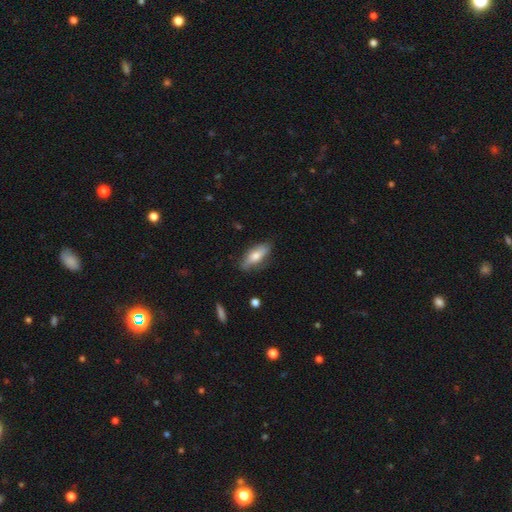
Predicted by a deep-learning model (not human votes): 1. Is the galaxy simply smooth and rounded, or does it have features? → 57% smooth, 37% featured or disk, 6% star or artifact.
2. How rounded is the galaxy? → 61% in between, 36% cigar-shaped, 3% round.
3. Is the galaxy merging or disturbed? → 78% none, 17% minor disturbance, 3% major disturbance, 2% merger.